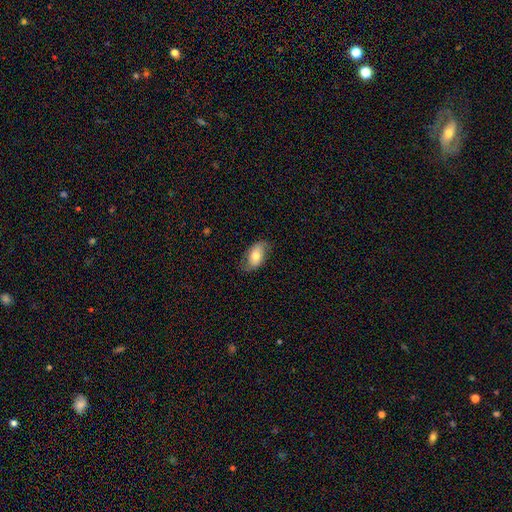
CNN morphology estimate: Smooth or featured: smooth — 53% (featured or disk — 40%)
How rounded: in between — 91% (round — 7%)
Merging: none — 70% (minor disturbance — 21%)